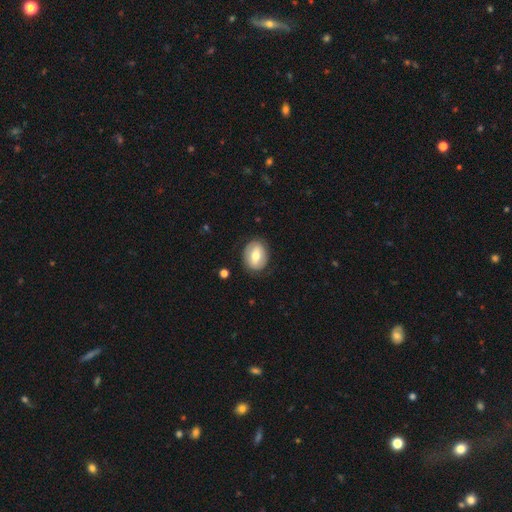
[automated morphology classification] This appears to be a smooth galaxy with no disk features (56%) that is in between round and cigar-shaped (58%). Merging: none (84%).